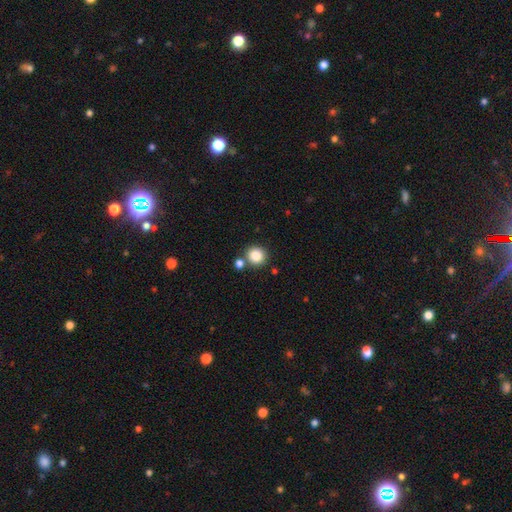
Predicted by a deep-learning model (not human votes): The model was most divided on "merging": none: 74%, merger: 16%, minor disturbance: 8%, major disturbance: 3%. More confident: how rounded — round (90%); smooth or featured — smooth (84%).